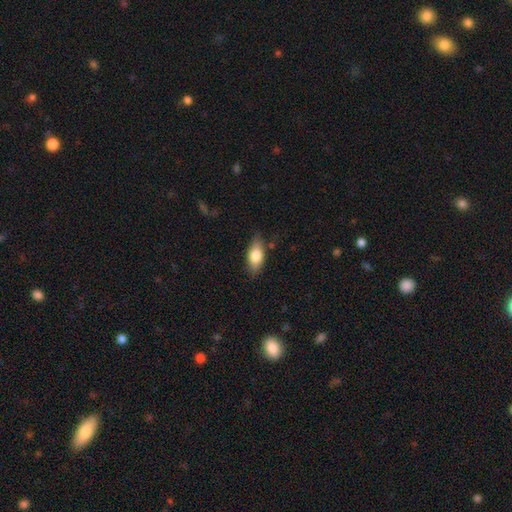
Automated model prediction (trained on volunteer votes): Overall: smooth (75%). How rounded: in between (84%). Merging: none (78%).